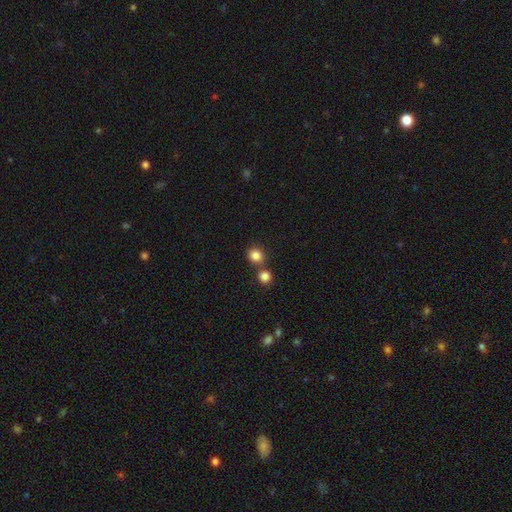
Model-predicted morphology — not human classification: A smooth galaxy with no disk features (83%) that is round (86%).

Vote fractions:
- Smooth or featured? smooth: 83% / star or artifact: 11% / featured or disk: 5%
- How rounded? round: 86% / in between: 13% / cigar-shaped: 1%
- Merging? none: 64% / merger: 26% / minor disturbance: 7% / major disturbance: 2%